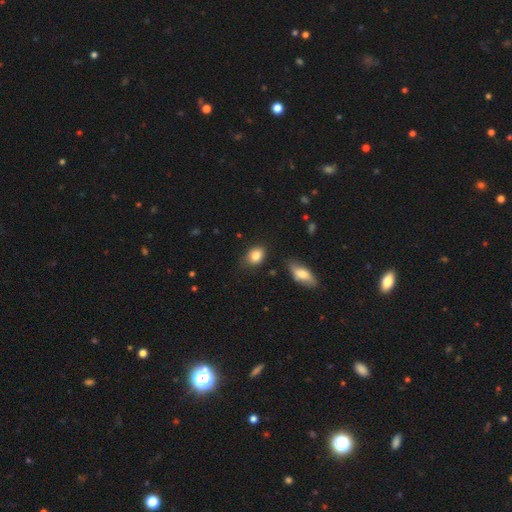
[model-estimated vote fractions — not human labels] smooth 84%, star or artifact 8%, featured or disk 8%. Down the decision tree: how rounded — in between (69%); merging — none (73%).